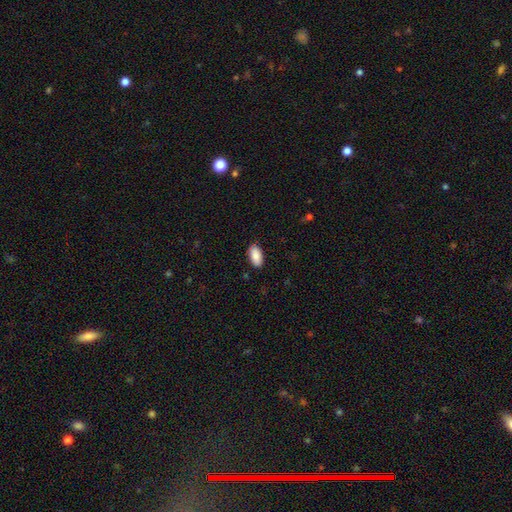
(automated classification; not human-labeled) smooth 89%, star or artifact 6%, featured or disk 5%. Down the decision tree: how rounded — in between (94%); merging — none (87%).